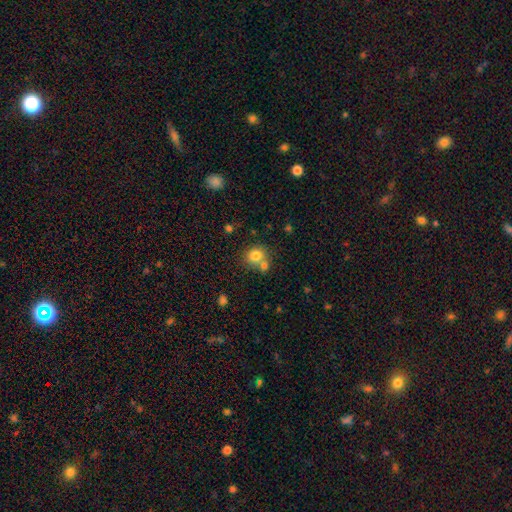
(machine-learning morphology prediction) A smooth galaxy with no disk features (79%) that is round (80%). Merging: none (56%).